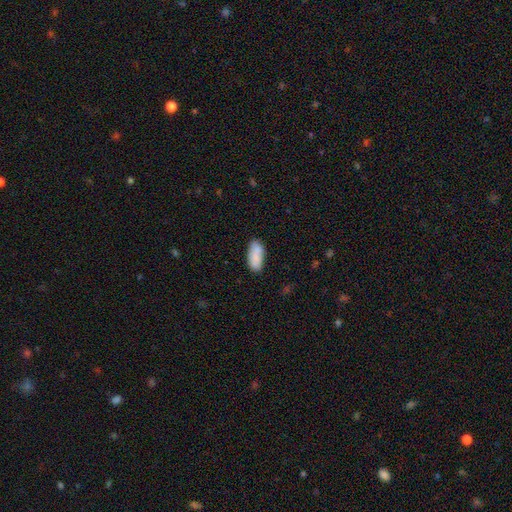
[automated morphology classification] Q: Smooth or featured?
A: smooth (84%); runner-up: featured or disk (9%)
Q: How rounded?
A: in between (84%); runner-up: cigar-shaped (14%)
Q: Merging?
A: none (76%); runner-up: minor disturbance (17%)